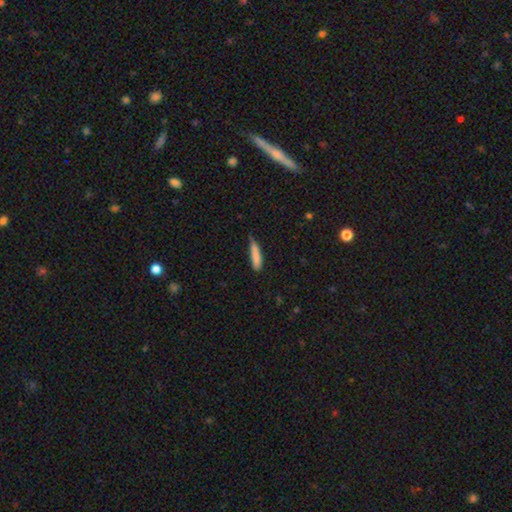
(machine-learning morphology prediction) smooth-or-featured: smooth: 84% | featured or disk: 9% | star or artifact: 7%
  how-rounded: cigar-shaped: 82% | in between: 16% | round: 1%
  merging: none: 60% | minor disturbance: 32% | major disturbance: 5% | merger: 2%